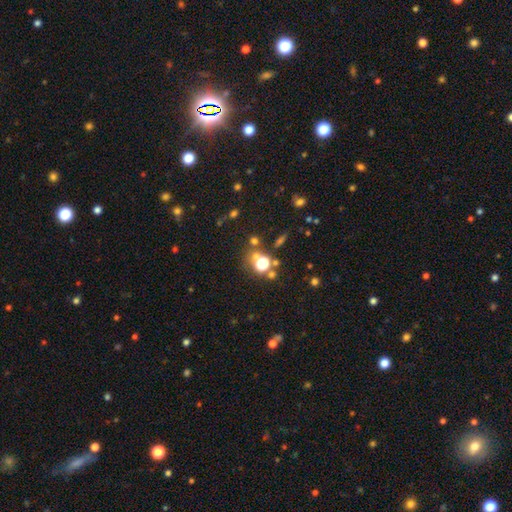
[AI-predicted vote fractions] Q: Smooth or featured?
A: star or artifact (54%); runner-up: smooth (36%)